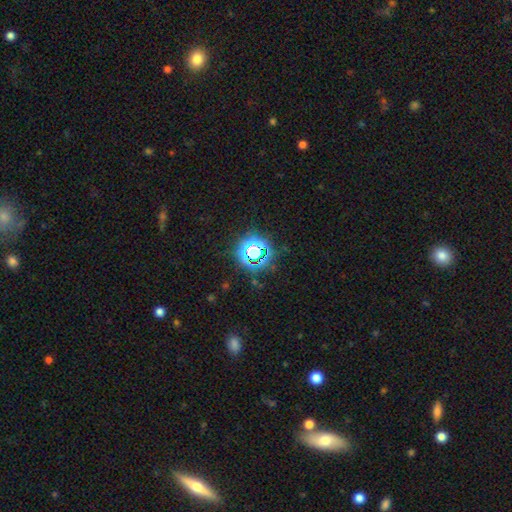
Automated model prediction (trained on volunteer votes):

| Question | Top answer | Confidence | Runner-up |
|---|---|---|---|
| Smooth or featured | star or artifact | 72% | smooth (19%) |